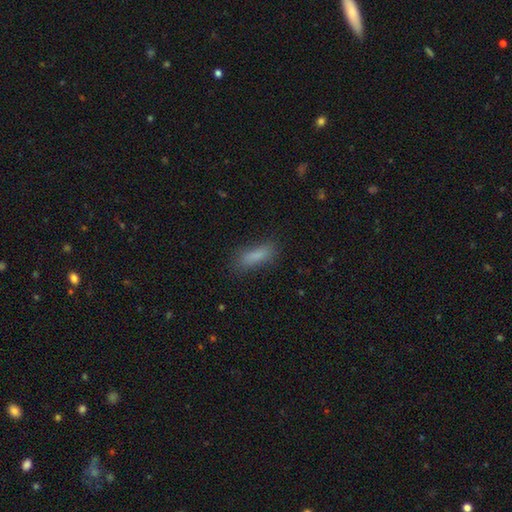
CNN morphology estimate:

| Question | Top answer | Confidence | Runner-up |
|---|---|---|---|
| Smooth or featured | smooth | 82% | star or artifact (10%) |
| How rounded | cigar-shaped | 51% | in between (47%) |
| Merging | none | 78% | minor disturbance (15%) |